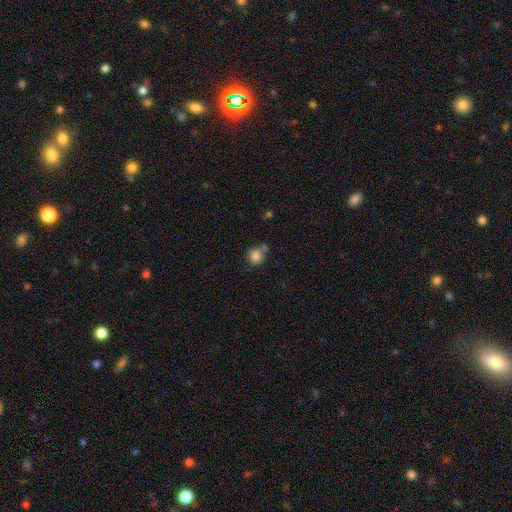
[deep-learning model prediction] Smooth or featured? Predicted: smooth (p=0.85). How rounded? Predicted: round (p=0.89). Merging? Predicted: none (p=0.64).